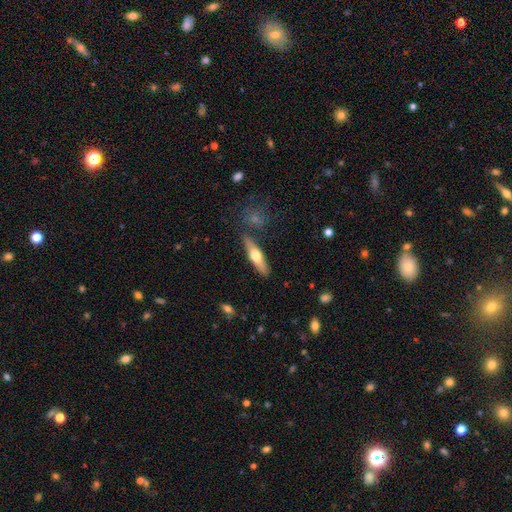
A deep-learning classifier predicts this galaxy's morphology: This is possibly a featured or disk galaxy (48%). Merging: clearly none (85%).